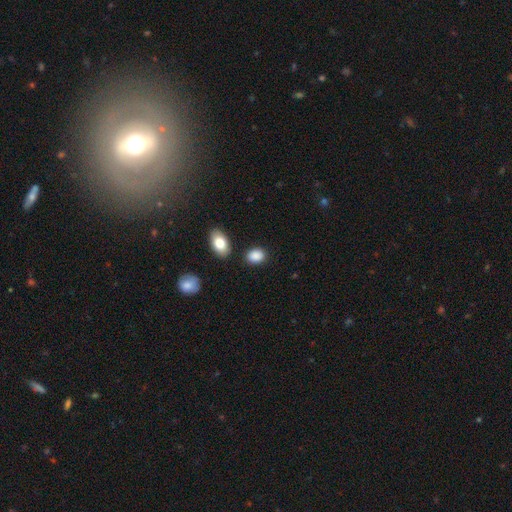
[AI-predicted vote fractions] smooth_or_featured: smooth (p=0.88) [alt: star or artifact p=0.08]
how_rounded: in between (p=0.77) [alt: round p=0.21]
merging: none (p=0.81) [alt: minor disturbance p=0.12]